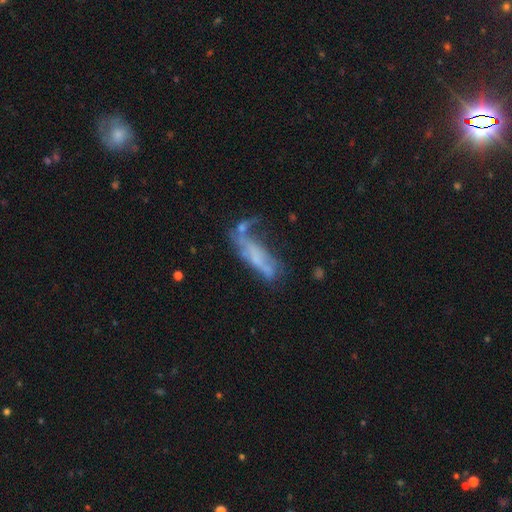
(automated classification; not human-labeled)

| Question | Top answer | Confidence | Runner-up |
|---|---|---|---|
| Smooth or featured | featured or disk | 50% | smooth (37%) |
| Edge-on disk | no | 69% | yes (31%) |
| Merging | major disturbance | 31% | none (25%) |